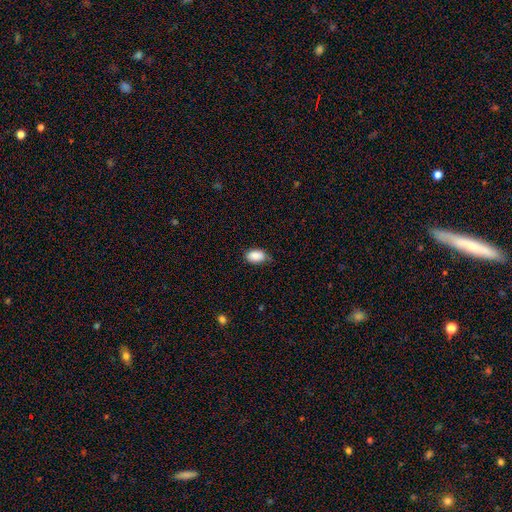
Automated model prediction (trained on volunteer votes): Overall: smooth (88%). How rounded: in between (89%). Merging: none (70%).